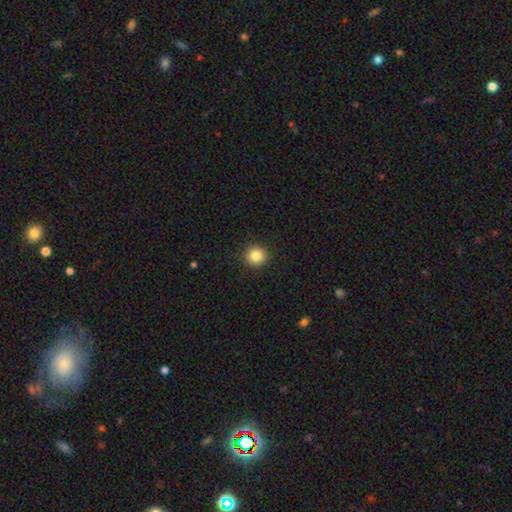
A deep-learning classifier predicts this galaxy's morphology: This appears to be a smooth galaxy with no disk features (85%) that is round (93%). Merging: none (92%).